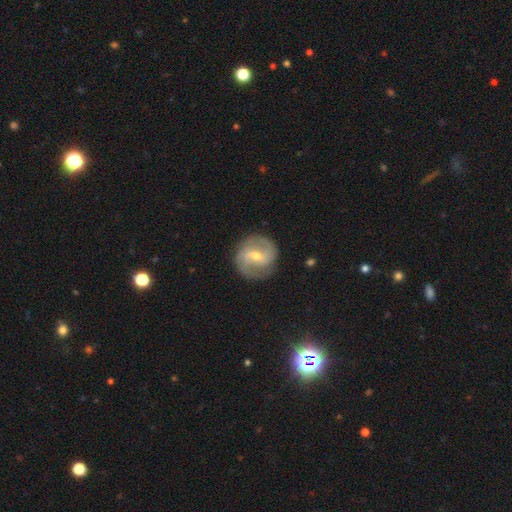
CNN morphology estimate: The model was most divided on "bulge size": moderate: 52%, small: 44%, large: 2%, none: 1%, dominant: 1%. Remaining: edge-on disk — no (97%); spiral arms — yes (92%); spiral arm count — 2 (83%); merging — none (83%); smooth or featured — featured or disk (79%); bar — weak (54%); spiral winding — medium (49%).